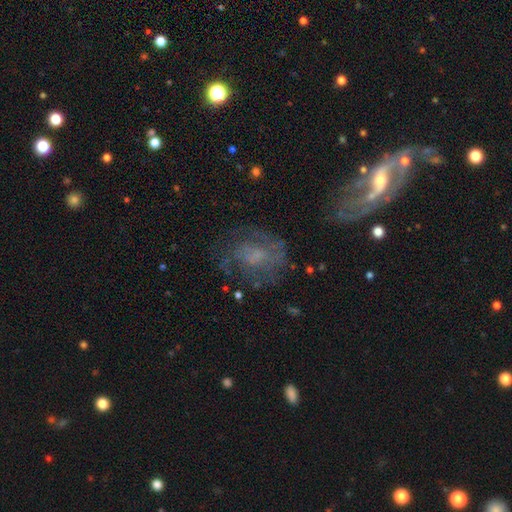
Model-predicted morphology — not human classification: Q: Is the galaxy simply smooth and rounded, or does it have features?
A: featured or disk — 60%.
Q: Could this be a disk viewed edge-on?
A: no — 97%.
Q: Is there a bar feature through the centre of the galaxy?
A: no — 66%.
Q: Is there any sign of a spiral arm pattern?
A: yes — 71%.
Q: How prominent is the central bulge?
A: small — 39%.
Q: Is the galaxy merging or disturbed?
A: none — 60%.